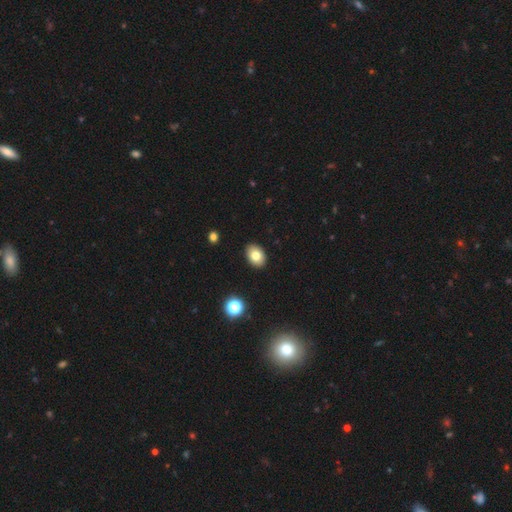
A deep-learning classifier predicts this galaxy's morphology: smooth-or-featured: smooth: 79% | featured or disk: 12% | star or artifact: 9%
  how-rounded: in between: 78% | round: 21% | cigar-shaped: 1%
  merging: none: 90% | minor disturbance: 7% | major disturbance: 2% | merger: 1%